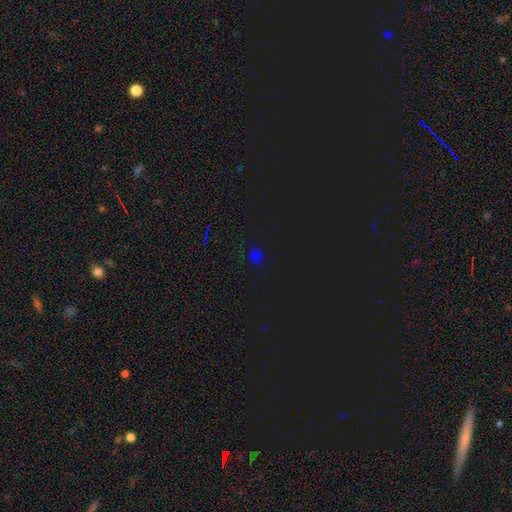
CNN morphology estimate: smooth 54%, star or artifact 42%, featured or disk 4%. Down the decision tree: how rounded — round (77%); merging — none (86%).